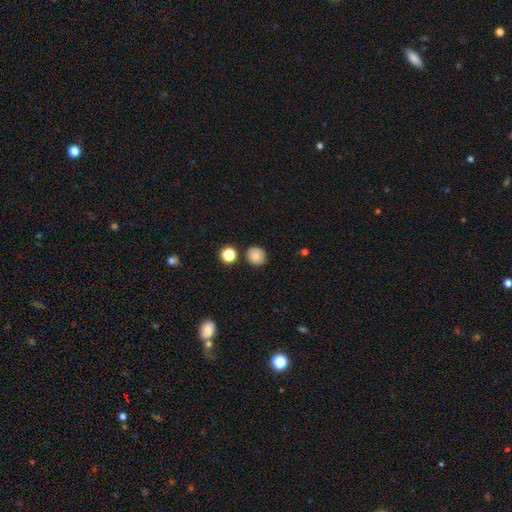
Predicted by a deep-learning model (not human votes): Overall: smooth (82%). How rounded: round (77%). Merging: none (80%).